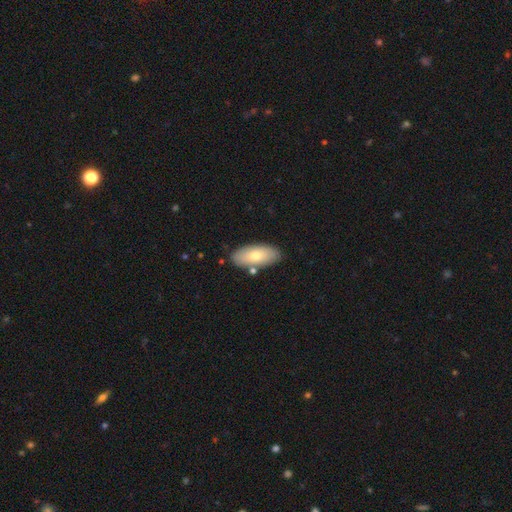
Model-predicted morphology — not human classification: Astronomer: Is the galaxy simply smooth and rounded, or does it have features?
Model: smooth — 69%.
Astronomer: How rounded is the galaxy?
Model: in between — 88%.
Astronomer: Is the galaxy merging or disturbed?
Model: none — 82%.